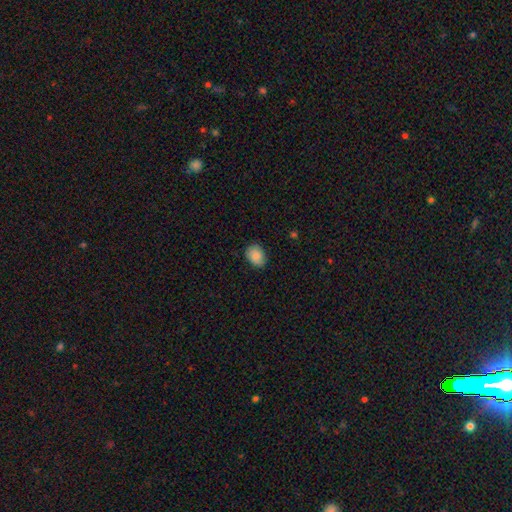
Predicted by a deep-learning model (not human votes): Smooth or featured?
  - smooth: 87% *
  - star or artifact: 7%
  - featured or disk: 5%
How rounded?
  - in between: 68% *
  - round: 31%
  - cigar-shaped: 1%
Merging?
  - none: 79% *
  - minor disturbance: 17%
  - major disturbance: 3%
  - merger: 1%